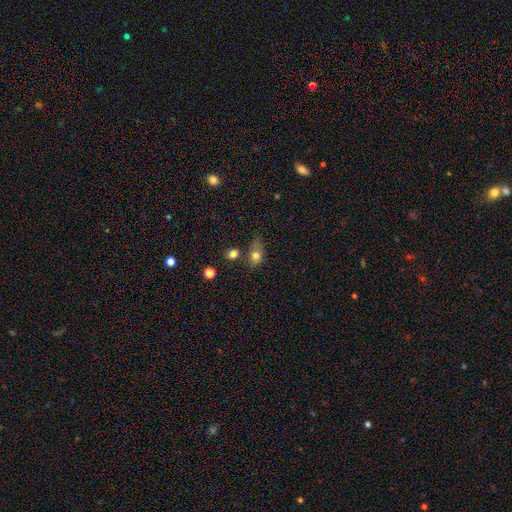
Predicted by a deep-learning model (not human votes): smooth 75%, featured or disk 13%, star or artifact 12%. Down the decision tree: how rounded — in between (67%); merging — none (53%).